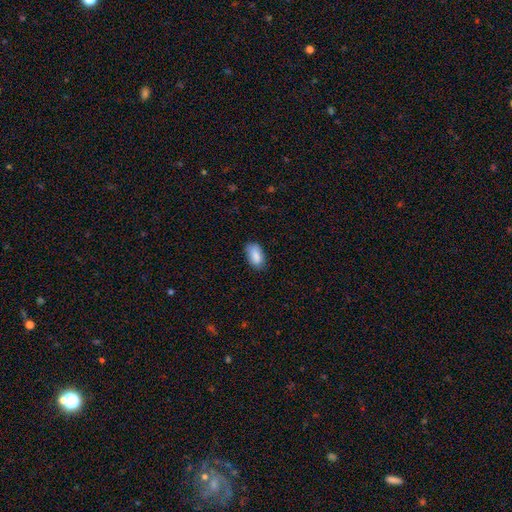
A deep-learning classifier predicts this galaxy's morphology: Q: Smooth or featured?
A: smooth (87%); runner-up: star or artifact (7%)
Q: How rounded?
A: in between (92%); runner-up: round (4%)
Q: Merging?
A: none (75%); runner-up: minor disturbance (20%)